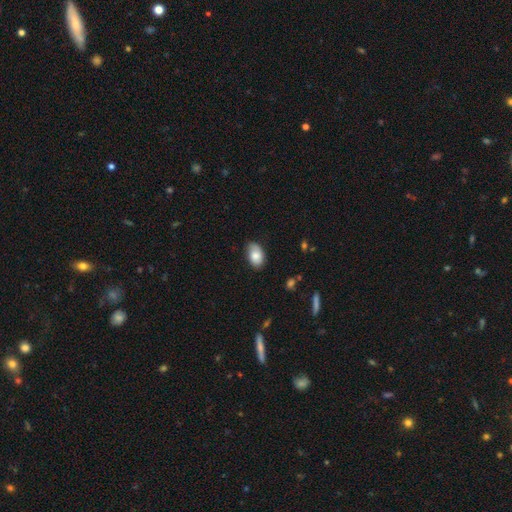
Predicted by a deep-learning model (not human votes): Morphology: type=smooth (79%); roundness=in between (91%); merging=none (70%).